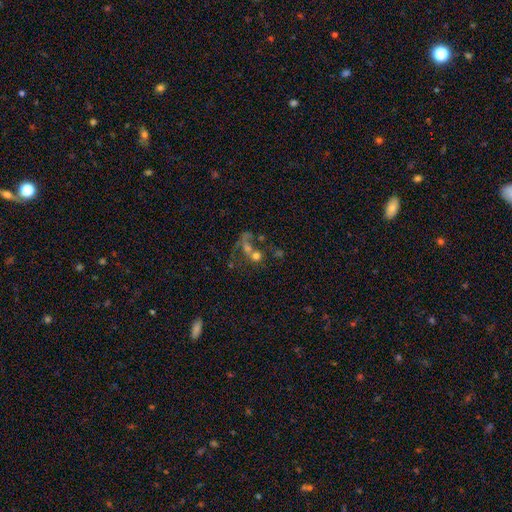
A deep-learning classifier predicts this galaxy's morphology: Smooth or featured? smooth (49%)
Merging? merger (50%)